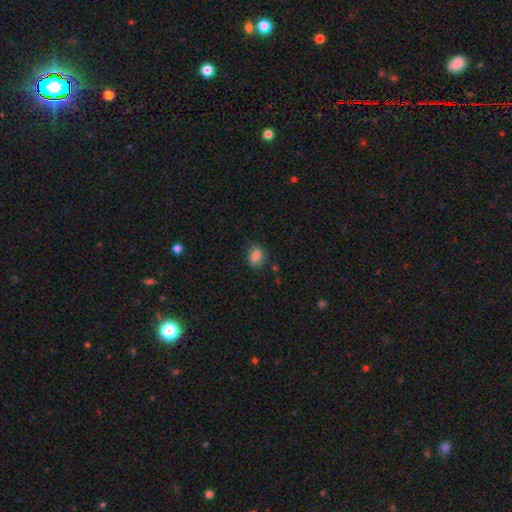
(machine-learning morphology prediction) This is clearly a smooth galaxy (84%). How rounded: likely in between (68%). Merging: likely none (72%).